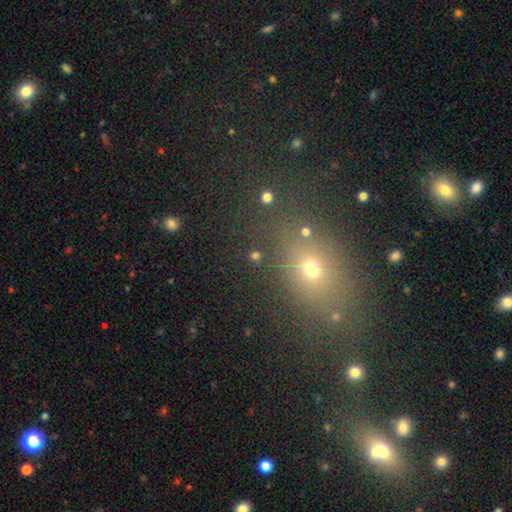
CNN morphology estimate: This appears to be a smooth galaxy with no disk features (67%) that is round (83%). Merging: none (84%).